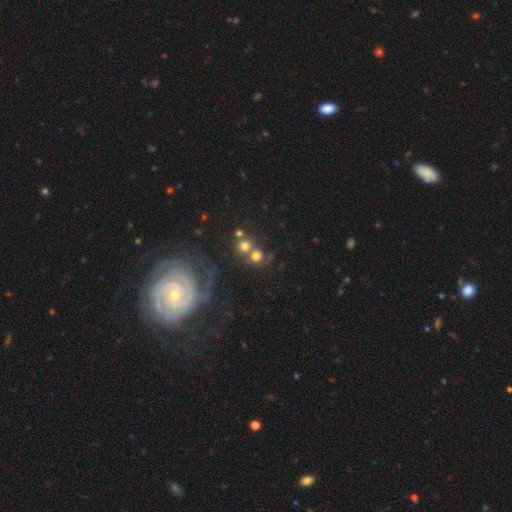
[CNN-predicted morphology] A smooth galaxy with no disk features (56%) that is round (85%).

Vote fractions:
- Smooth or featured? smooth: 56% / featured or disk: 26% / star or artifact: 17%
- How rounded? round: 85% / in between: 14% / cigar-shaped: 1%
- Merging? none: 44% / merger: 37% / minor disturbance: 10% / major disturbance: 9%